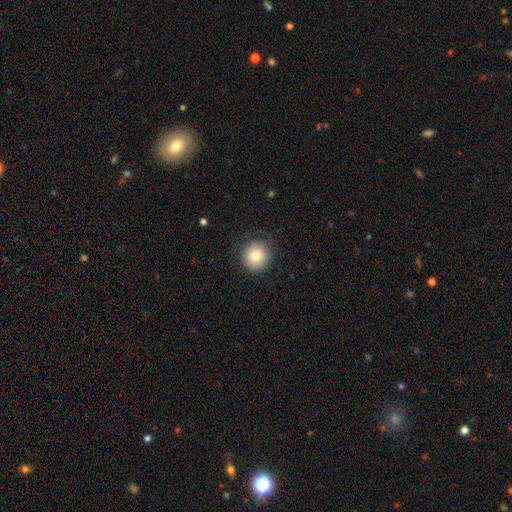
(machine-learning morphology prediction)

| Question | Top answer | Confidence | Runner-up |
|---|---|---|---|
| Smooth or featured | smooth | 82% | featured or disk (9%) |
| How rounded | round | 93% | in between (7%) |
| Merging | none | 80% | minor disturbance (14%) |